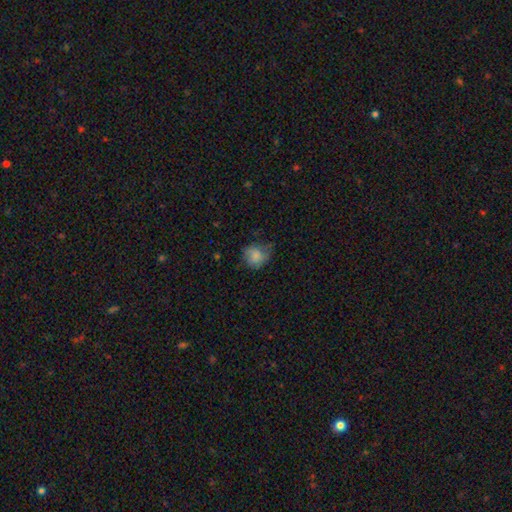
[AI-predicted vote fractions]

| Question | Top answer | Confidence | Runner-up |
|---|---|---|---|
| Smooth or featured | smooth | 77% | featured or disk (14%) |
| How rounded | round | 69% | in between (30%) |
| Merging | none | 54% | minor disturbance (32%) |